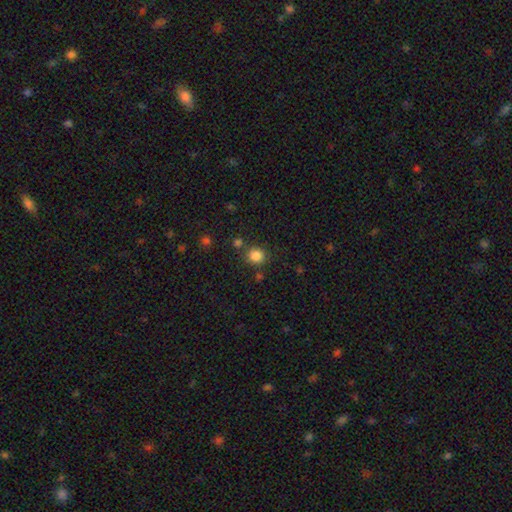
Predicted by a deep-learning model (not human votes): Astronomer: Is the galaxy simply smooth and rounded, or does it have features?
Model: smooth — 84%.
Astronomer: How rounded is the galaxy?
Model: round — 84%.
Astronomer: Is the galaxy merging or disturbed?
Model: none — 79%.